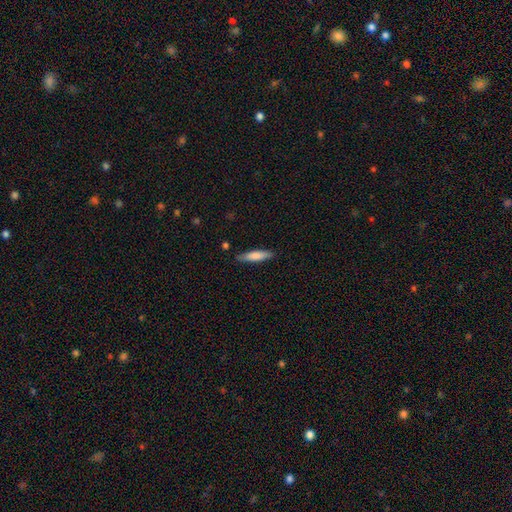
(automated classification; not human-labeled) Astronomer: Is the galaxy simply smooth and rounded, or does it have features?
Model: smooth — 79%.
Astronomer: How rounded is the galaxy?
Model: cigar-shaped — 77%.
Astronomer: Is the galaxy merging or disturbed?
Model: none — 83%.